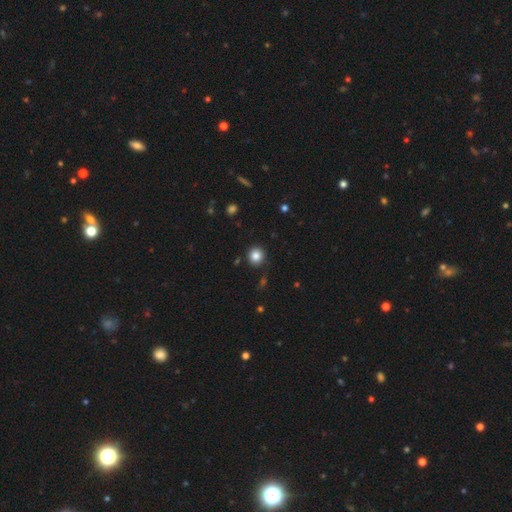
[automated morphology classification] Q: Smooth or featured?
A: smooth (83%); runner-up: star or artifact (11%)
Q: How rounded?
A: round (92%); runner-up: in between (8%)
Q: Merging?
A: none (89%); runner-up: minor disturbance (7%)